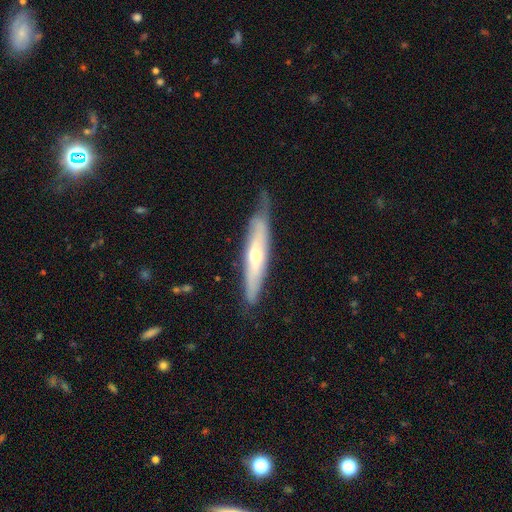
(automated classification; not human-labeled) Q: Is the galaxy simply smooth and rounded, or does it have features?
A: featured or disk — 61%.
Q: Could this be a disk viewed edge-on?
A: yes — 63%.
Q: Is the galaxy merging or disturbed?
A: none — 64%.